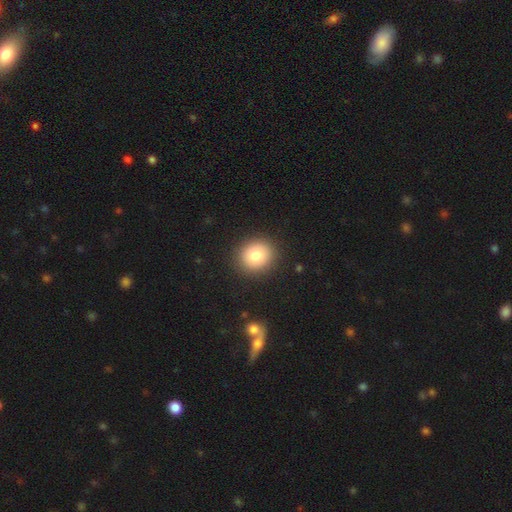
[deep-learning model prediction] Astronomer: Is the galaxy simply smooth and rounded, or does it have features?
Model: smooth — 80%.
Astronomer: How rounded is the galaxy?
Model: round — 87%.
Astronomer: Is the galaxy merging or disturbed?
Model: none — 90%.